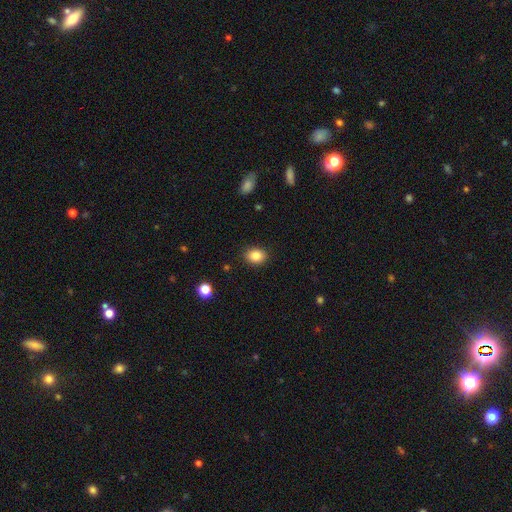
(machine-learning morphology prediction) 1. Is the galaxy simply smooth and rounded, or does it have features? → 85% smooth, 10% star or artifact, 5% featured or disk.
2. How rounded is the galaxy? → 56% in between, 43% round, 1% cigar-shaped.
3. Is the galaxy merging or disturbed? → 88% none, 8% minor disturbance, 2% major disturbance, 1% merger.